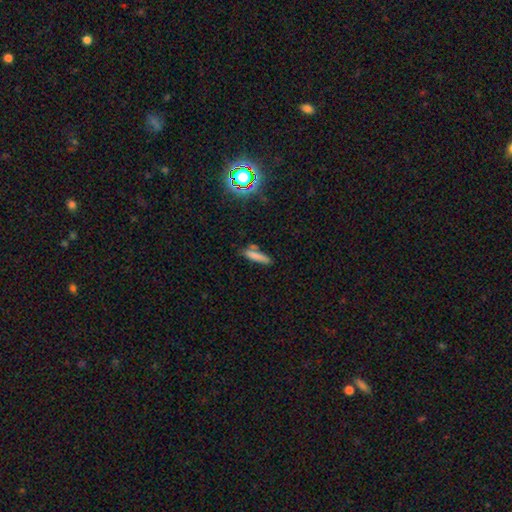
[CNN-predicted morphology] Overall: smooth (77%). How rounded: cigar-shaped (76%). Merging: none (66%).